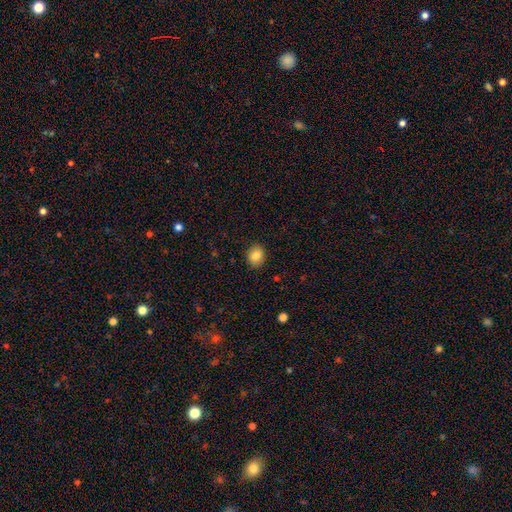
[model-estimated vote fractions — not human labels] smooth 85%, star or artifact 9%, featured or disk 6%. Down the decision tree: how rounded — round (62%); merging — none (89%).